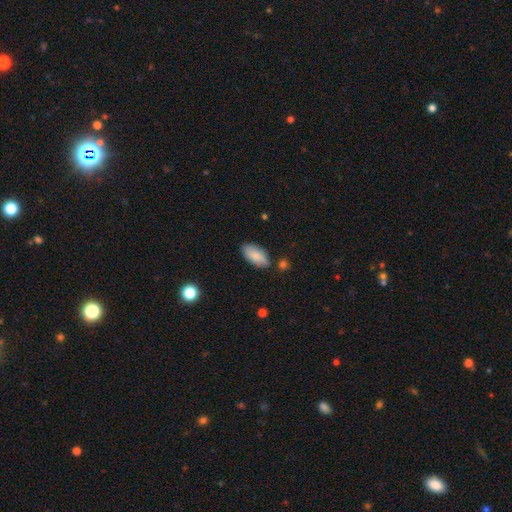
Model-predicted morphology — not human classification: smooth 83%, featured or disk 10%, star or artifact 7%. Down the decision tree: how rounded — in between (91%); merging — none (79%).